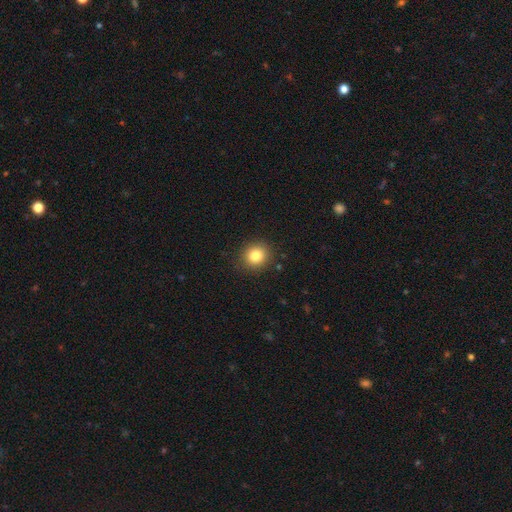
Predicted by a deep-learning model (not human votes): Smooth or featured: smooth — 83% (star or artifact — 11%)
How rounded: round — 84% (in between — 15%)
Merging: none — 89% (minor disturbance — 8%)